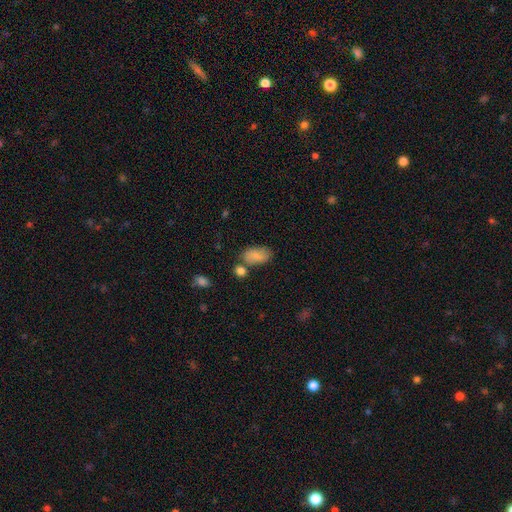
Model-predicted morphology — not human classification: Q: Smooth or featured?
A: smooth (82%); runner-up: featured or disk (11%)
Q: How rounded?
A: in between (93%); runner-up: round (5%)
Q: Merging?
A: none (63%); runner-up: minor disturbance (18%)